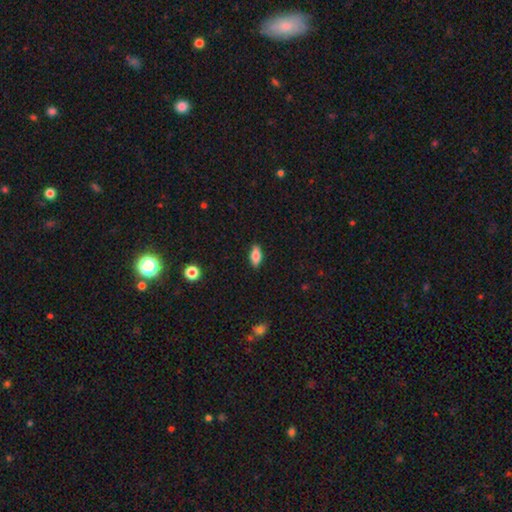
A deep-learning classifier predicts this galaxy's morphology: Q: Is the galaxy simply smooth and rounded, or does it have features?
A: smooth — 78%.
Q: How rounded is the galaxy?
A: in between — 85%.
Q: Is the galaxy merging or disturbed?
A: none — 88%.